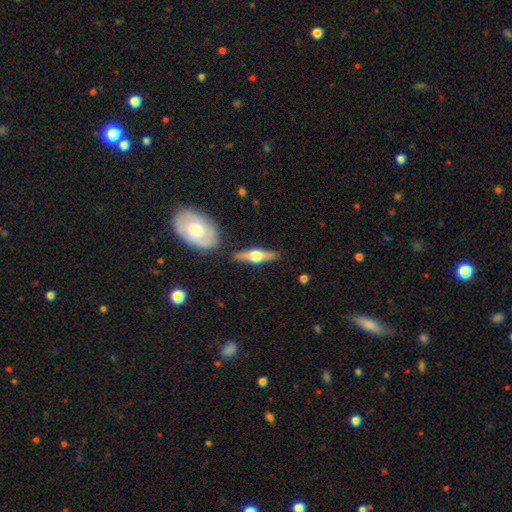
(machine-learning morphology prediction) featured or disk 71%, smooth 24%, star or artifact 5%. Down the decision tree: edge-on disk — yes (95%); edge-on bulge — rounded (95%); merging — none (84%).